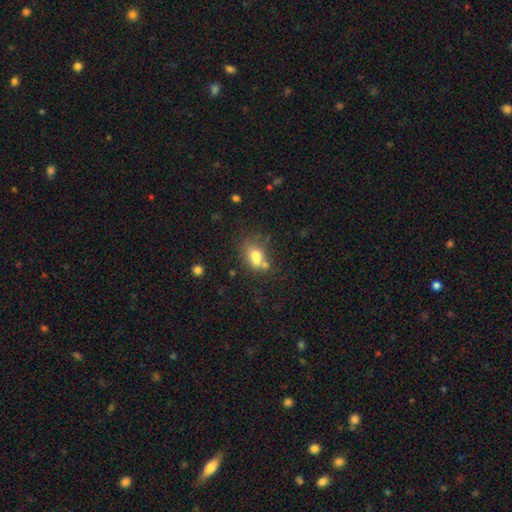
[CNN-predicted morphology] Smooth or featured: smooth — 69% (featured or disk — 19%)
How rounded: in between — 54% (round — 44%)
Merging: merger — 40% (none — 39%)